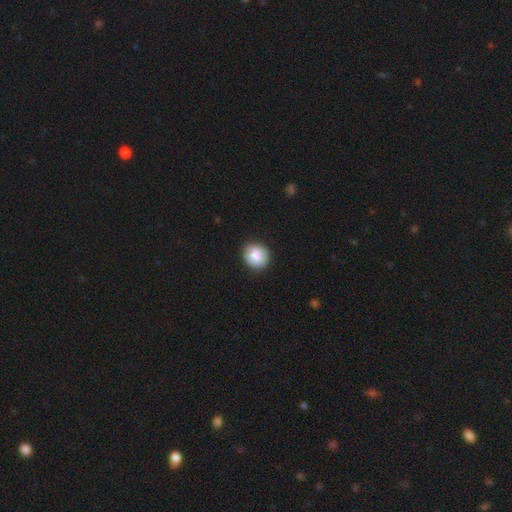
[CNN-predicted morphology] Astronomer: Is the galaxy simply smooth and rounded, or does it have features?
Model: smooth — 84%.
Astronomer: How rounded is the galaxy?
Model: round — 81%.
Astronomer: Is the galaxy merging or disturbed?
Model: none — 88%.